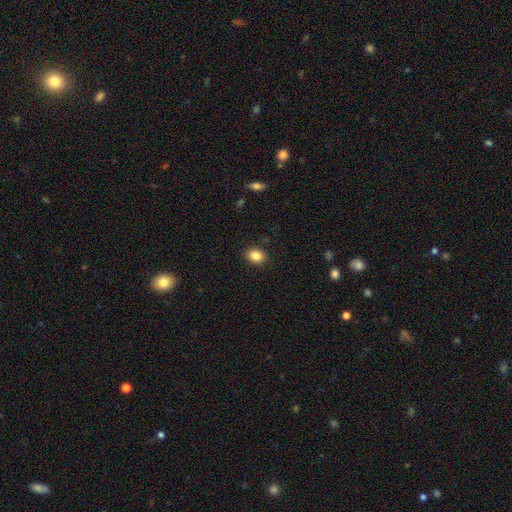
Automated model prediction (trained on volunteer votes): Overall: smooth (86%). How rounded: in between (62%; round 37%). Merging: none (89%).